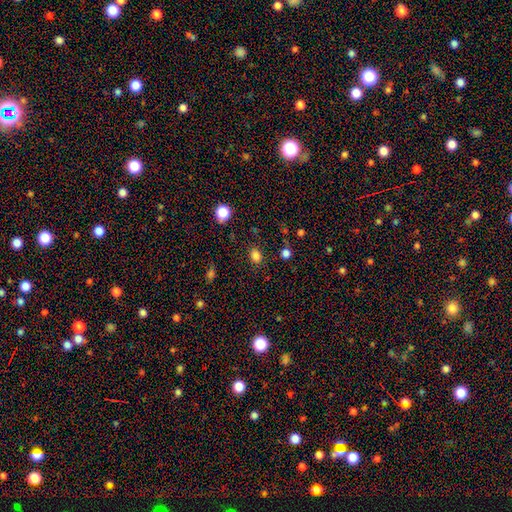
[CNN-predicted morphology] This is clearly a smooth galaxy (81%). How rounded: likely in between (63%). Merging: clearly none (84%).